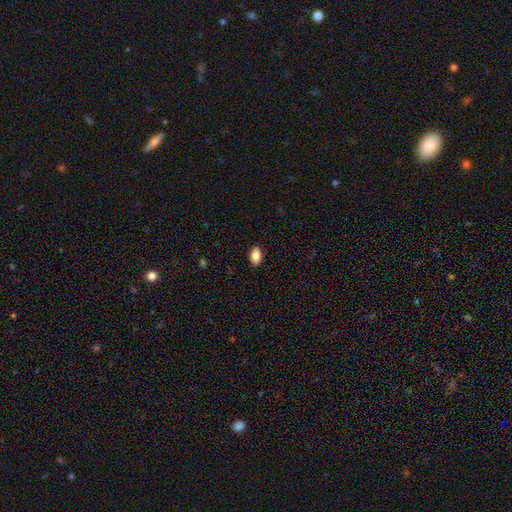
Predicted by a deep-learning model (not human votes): A smooth galaxy with no disk features (87%) that is in between round and cigar-shaped (90%).

Vote fractions:
- Smooth or featured? smooth: 87% / star or artifact: 8% / featured or disk: 5%
- How rounded? in between: 90% / round: 9% / cigar-shaped: 1%
- Merging? none: 90% / minor disturbance: 8% / major disturbance: 2% / merger: 1%